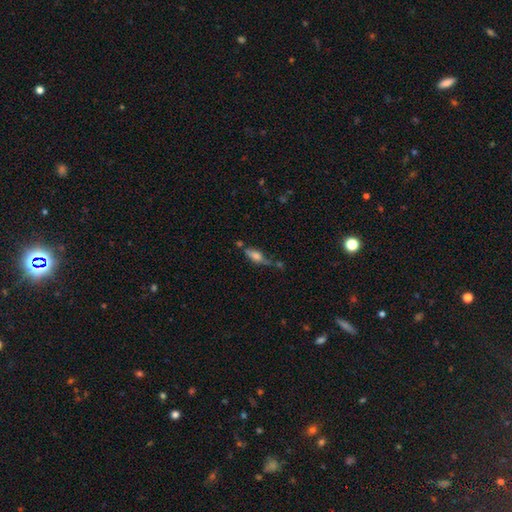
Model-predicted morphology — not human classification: smooth_or_featured: smooth (p=0.55) [alt: featured or disk p=0.35]
how_rounded: in between (p=0.61) [alt: cigar-shaped p=0.34]
merging: none (p=0.47) [alt: minor disturbance p=0.25]